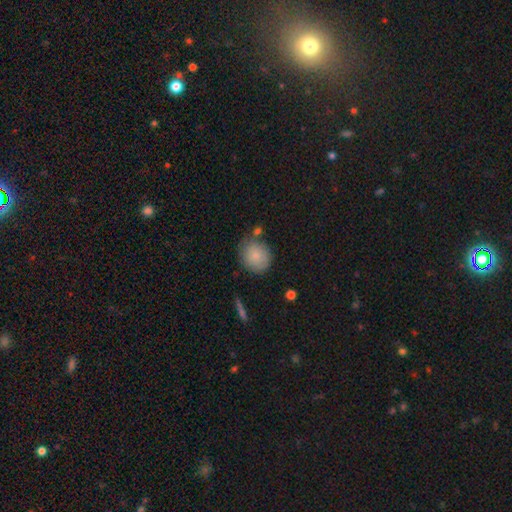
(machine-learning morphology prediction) type=smooth (82%); roundness=round (72%); merging=none (69%).